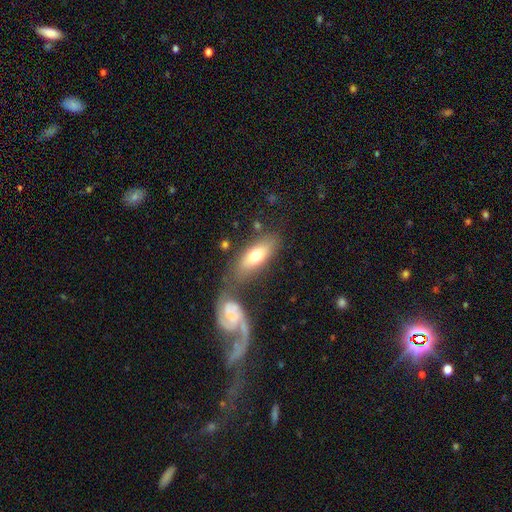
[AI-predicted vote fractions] A smooth galaxy with no disk features (67%) that is in between round and cigar-shaped (69%).

Vote fractions:
- Smooth or featured? smooth: 67% / featured or disk: 27% / star or artifact: 7%
- How rounded? in between: 69% / cigar-shaped: 27% / round: 3%
- Merging? none: 59% / merger: 19% / minor disturbance: 16% / major disturbance: 6%